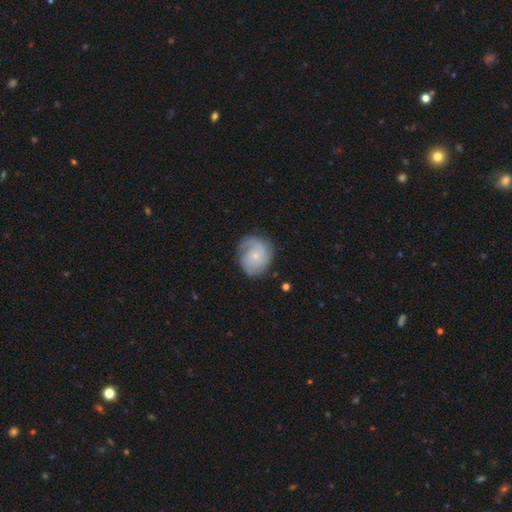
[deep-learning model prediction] A featured or disk galaxy (73%) with no bar (78%), can't tell (27%, tied with 3) tight (55%) spiral arms (94%) and a small central bulge (76%). Merging: none (74%).